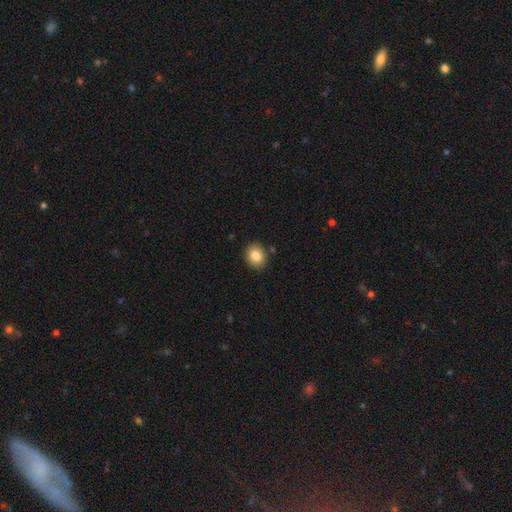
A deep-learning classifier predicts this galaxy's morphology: A smooth galaxy with no disk features (84%) that is round (58%). Merging: none (87%).